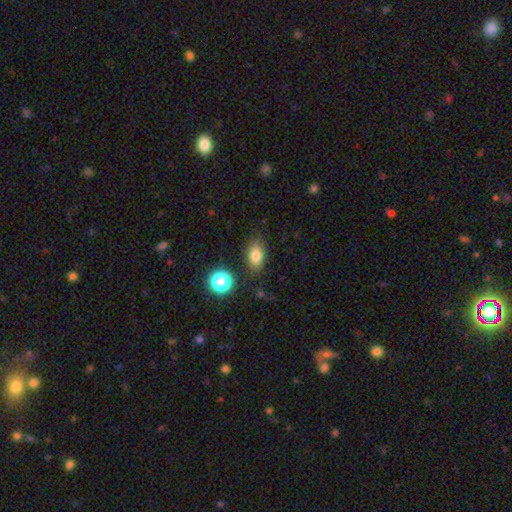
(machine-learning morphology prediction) Smooth or featured? smooth (79%)
How rounded? in between (84%)
Merging? none (81%)